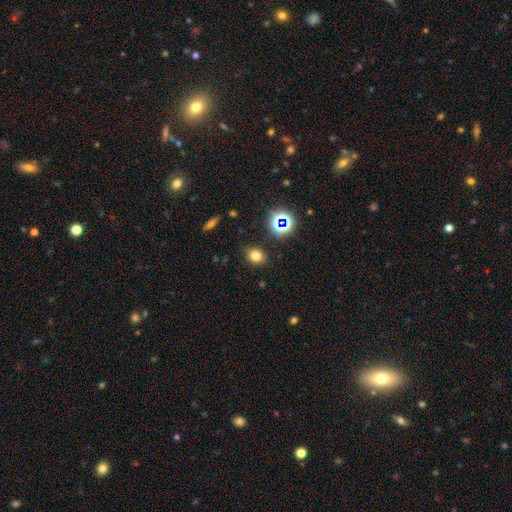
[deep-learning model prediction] Smooth or featured?
  - smooth: 74% *
  - star or artifact: 19%
  - featured or disk: 8%
How rounded?
  - round: 52% *
  - in between: 47%
  - cigar-shaped: 1%
Merging?
  - none: 86% *
  - minor disturbance: 9%
  - major disturbance: 3%
  - merger: 2%